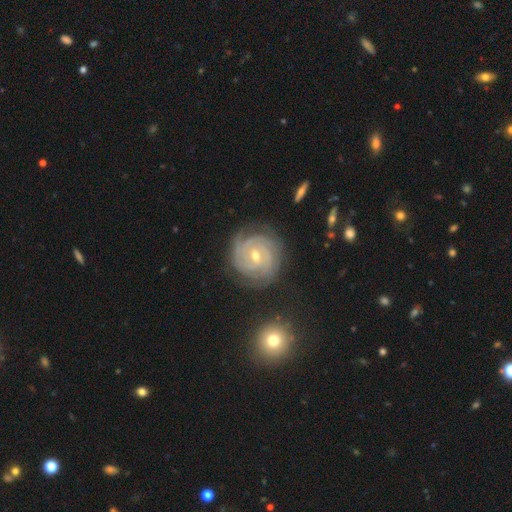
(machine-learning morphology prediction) Overall: featured or disk (87%). Edge-on disk: no (98%). Bar: weak (45%; no 41%). Spiral arms: yes (98%). Spiral arm count: 3 (31%; 2 24%). Spiral winding: tight (83%). Bulge size: moderate (52%; small 46%). Merging: none (79%).